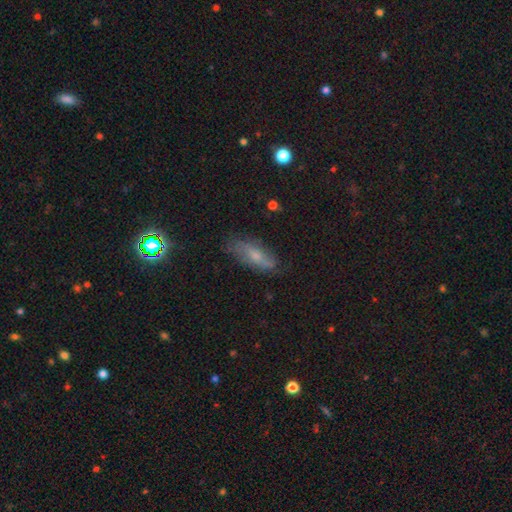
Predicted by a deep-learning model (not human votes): A smooth galaxy with no disk features (45%).

Vote fractions:
- Smooth or featured? smooth: 45% / featured or disk: 44% / star or artifact: 11%
- Merging? none: 71% / minor disturbance: 21% / major disturbance: 6% / merger: 2%